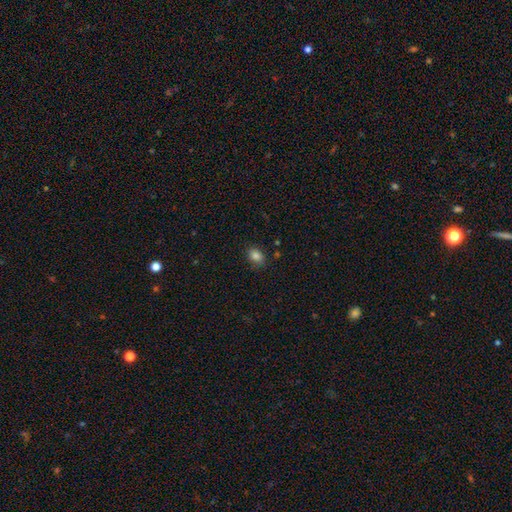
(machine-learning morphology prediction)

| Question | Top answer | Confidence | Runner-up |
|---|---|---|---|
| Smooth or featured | smooth | 84% | star or artifact (10%) |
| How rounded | in between | 72% | round (27%) |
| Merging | none | 84% | minor disturbance (12%) |